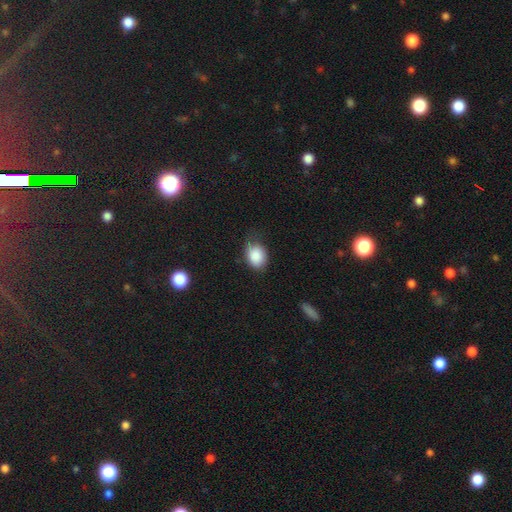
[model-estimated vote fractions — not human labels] Q: Smooth or featured?
A: smooth (85%); runner-up: star or artifact (8%)
Q: How rounded?
A: in between (65%); runner-up: round (34%)
Q: Merging?
A: none (54%); runner-up: minor disturbance (34%)